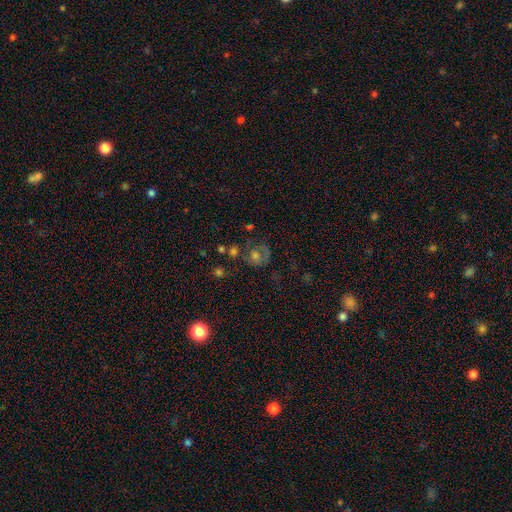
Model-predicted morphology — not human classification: This is marginally a smooth galaxy (41%, tied with featured or disk). Merging: possibly none (48%).